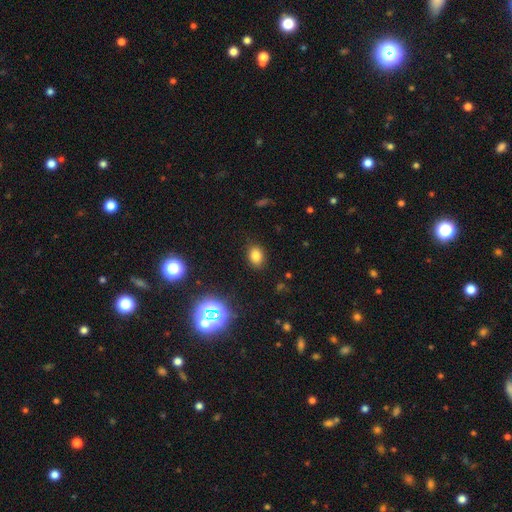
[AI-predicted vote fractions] smooth 78%, star or artifact 16%, featured or disk 6%. Down the decision tree: how rounded — in between (69%); merging — none (85%).